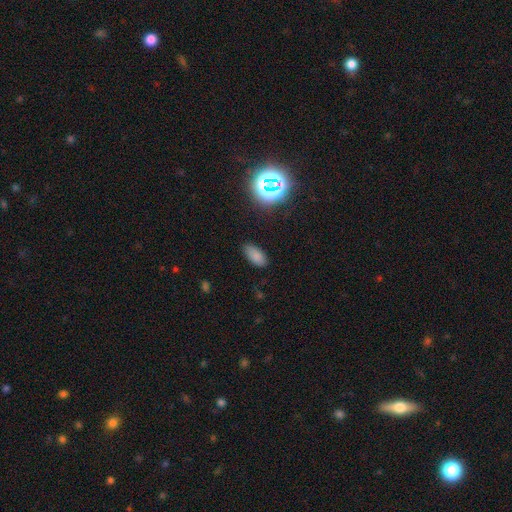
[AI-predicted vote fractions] This is likely a smooth galaxy (78%). How rounded: clearly in between (91%). Merging: clearly none (82%).